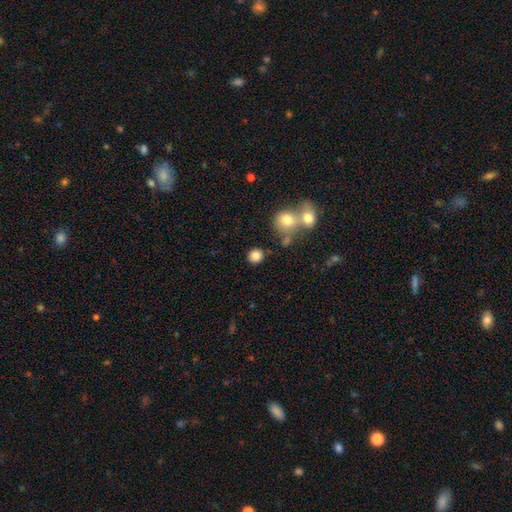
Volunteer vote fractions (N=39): Smooth or featured: smooth — 95% (star or artifact — 5%)
How rounded: round — 89% (in between — 11%)
Merging: none — 68% (merger — 22%)